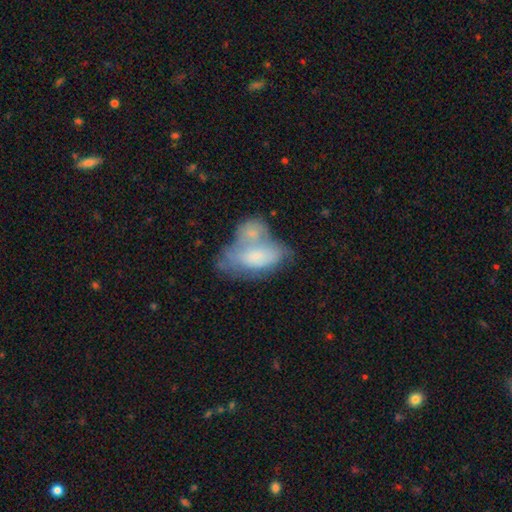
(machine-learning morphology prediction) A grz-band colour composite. It shows a smooth galaxy with no disk features (61%) that is in between round and cigar-shaped (90%). Merging: merger (60%).